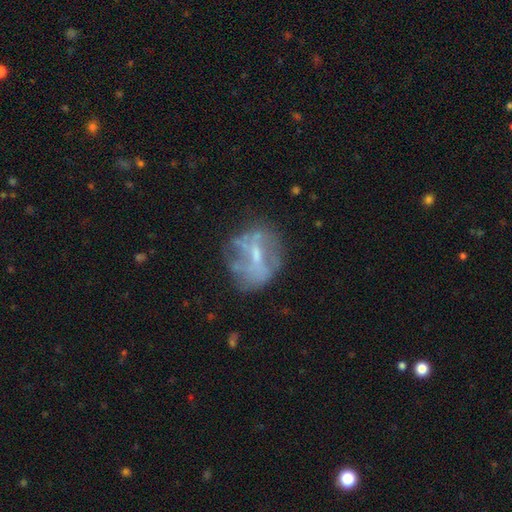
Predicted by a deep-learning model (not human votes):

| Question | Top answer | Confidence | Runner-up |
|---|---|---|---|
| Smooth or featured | featured or disk | 61% | smooth (27%) |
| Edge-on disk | no | 95% | yes (5%) |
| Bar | no | 41% | weak (40%) |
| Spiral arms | no | 71% | yes (29%) |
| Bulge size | small | 47% | moderate (32%) |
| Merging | none | 57% | minor disturbance (21%) |